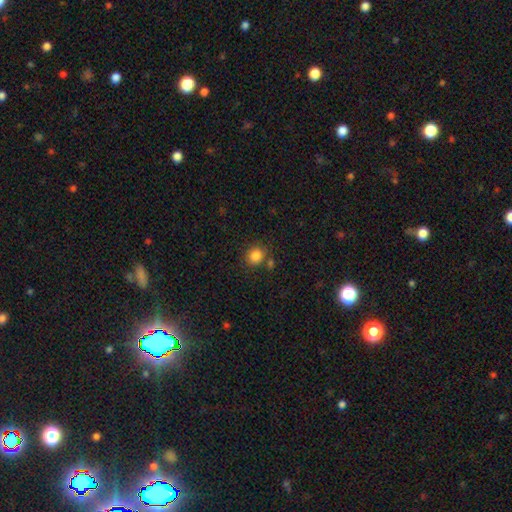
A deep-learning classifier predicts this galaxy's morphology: type=smooth (85%); roundness=round (78%); merging=none (75%).